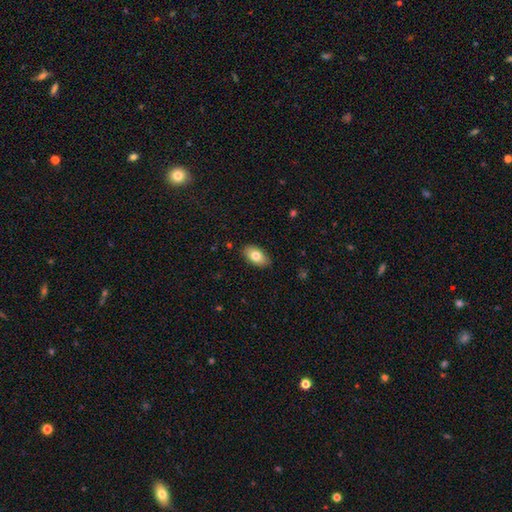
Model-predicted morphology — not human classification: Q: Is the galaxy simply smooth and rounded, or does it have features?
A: smooth — 79%.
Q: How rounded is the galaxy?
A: in between — 93%.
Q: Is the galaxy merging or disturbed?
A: none — 87%.